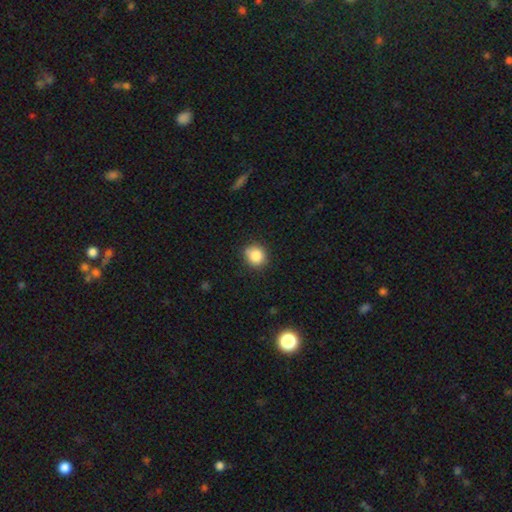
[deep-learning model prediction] smooth 84%, star or artifact 10%, featured or disk 5%. Down the decision tree: how rounded — round (83%); merging — none (79%).